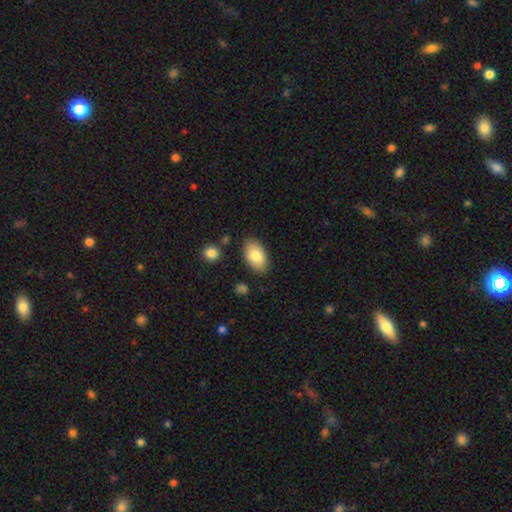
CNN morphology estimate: Smooth or featured? smooth (82%)
How rounded? in between (94%)
Merging? none (84%)